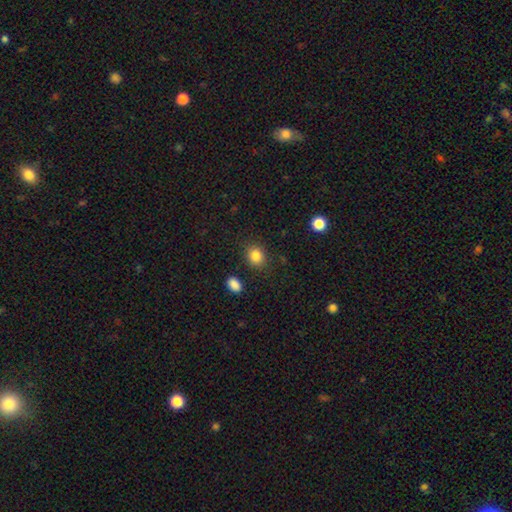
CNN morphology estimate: A smooth galaxy with no disk features (85%) that is round (65%). Merging: none (85%).